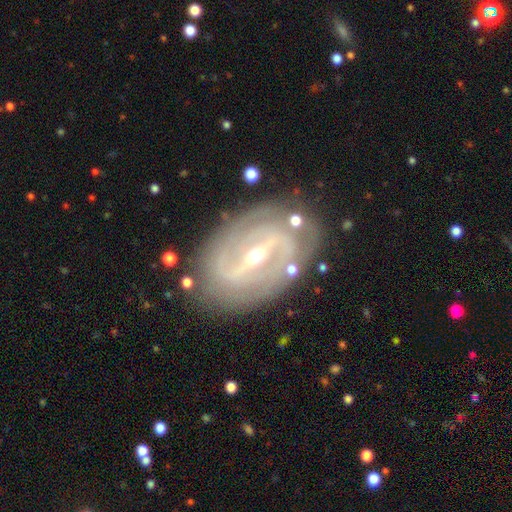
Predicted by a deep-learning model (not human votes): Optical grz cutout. It shows a featured or disk galaxy (89%) with a strong bar (65%), 2 (63%) tight (52%) spiral arms (93%) and a small central bulge (63%). Merging: none (80%).